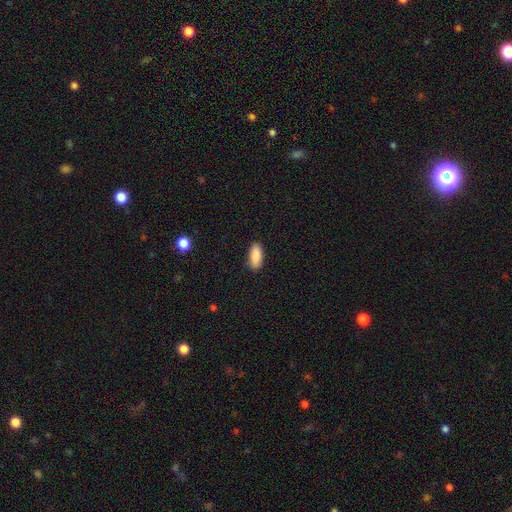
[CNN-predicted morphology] The model was most divided on "how rounded": in between: 86%, cigar-shaped: 12%, round: 2%. More confident: smooth or featured — smooth (89%); merging — none (89%).